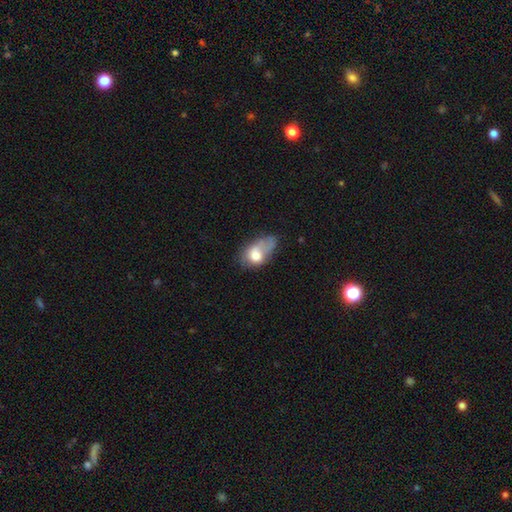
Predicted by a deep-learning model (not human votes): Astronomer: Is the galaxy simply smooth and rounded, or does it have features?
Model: smooth — 64%.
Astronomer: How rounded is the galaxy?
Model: in between — 83%.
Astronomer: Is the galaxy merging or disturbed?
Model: major disturbance — 35% (runner-up: minor disturbance, 32%).